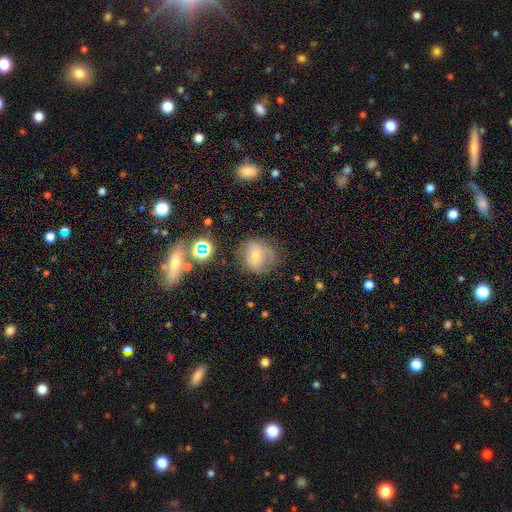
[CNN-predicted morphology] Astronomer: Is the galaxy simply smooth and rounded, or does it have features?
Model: smooth — 55% (runner-up: featured or disk, 32%).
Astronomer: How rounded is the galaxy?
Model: round — 78%.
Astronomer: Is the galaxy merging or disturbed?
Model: none — 61%.